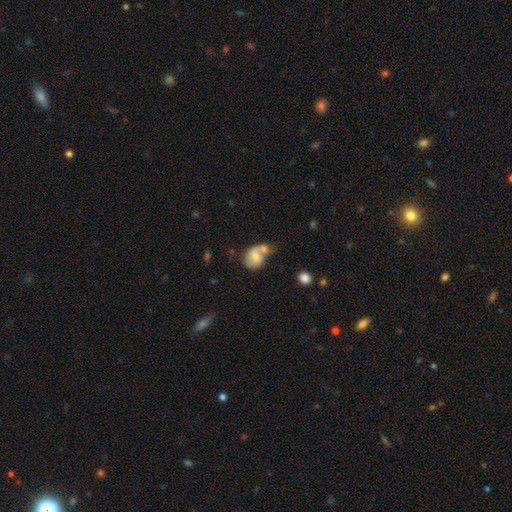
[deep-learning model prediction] smooth 56%, featured or disk 36%, star or artifact 8%. Down the decision tree: how rounded — in between (63%); merging — merger (46%).